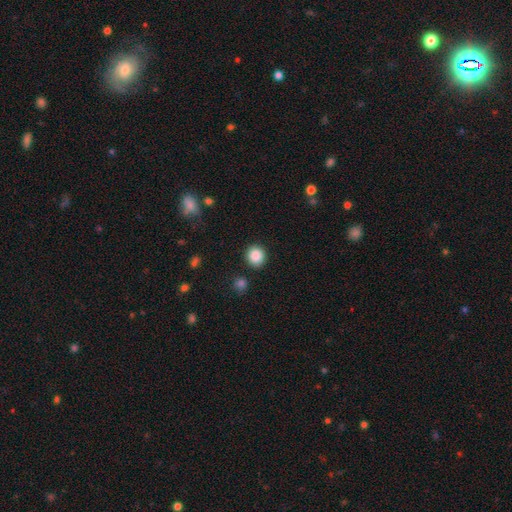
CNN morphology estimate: Smooth or featured? smooth (87%)
How rounded? round (88%)
Merging? none (89%)